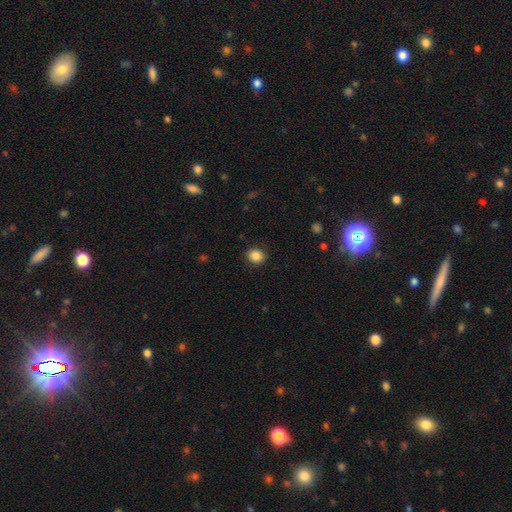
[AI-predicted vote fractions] smooth 87%, star or artifact 9%, featured or disk 4%. Down the decision tree: how rounded — round (72%); merging — none (89%).